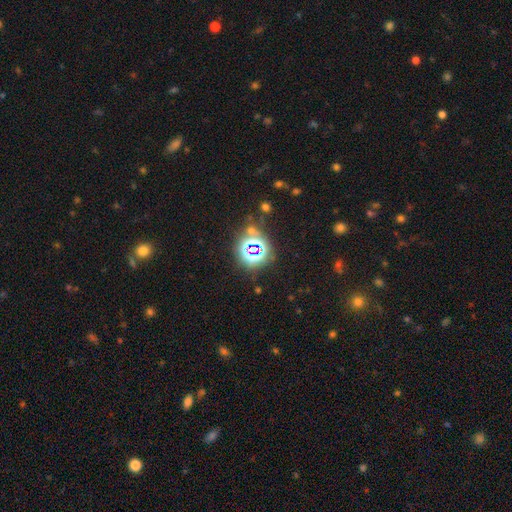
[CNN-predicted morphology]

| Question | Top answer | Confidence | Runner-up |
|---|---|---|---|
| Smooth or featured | star or artifact | 77% | smooth (15%) |